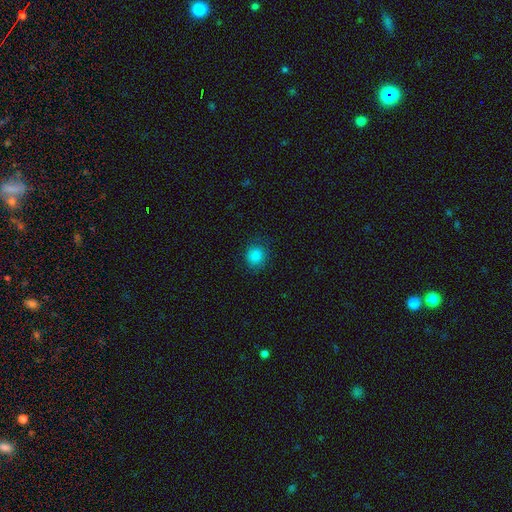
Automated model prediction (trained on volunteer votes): This is clearly a smooth galaxy (85%). How rounded: likely round (79%). Merging: clearly none (83%).